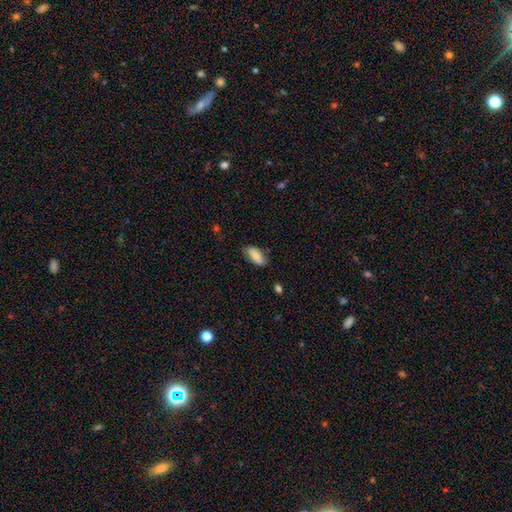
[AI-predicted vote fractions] Smooth or featured?
  - smooth: 81% *
  - featured or disk: 13%
  - star or artifact: 6%
How rounded?
  - in between: 90% *
  - cigar-shaped: 8%
  - round: 2%
Merging?
  - none: 75% *
  - minor disturbance: 20%
  - major disturbance: 4%
  - merger: 2%